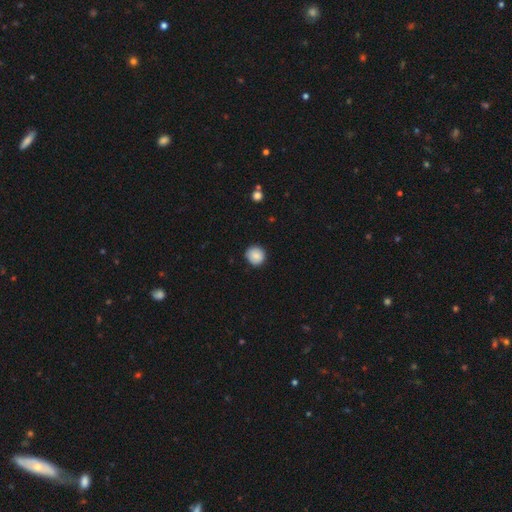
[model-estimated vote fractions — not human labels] This appears to be a smooth galaxy with no disk features (87%) that is round (93%). Merging: none (89%).